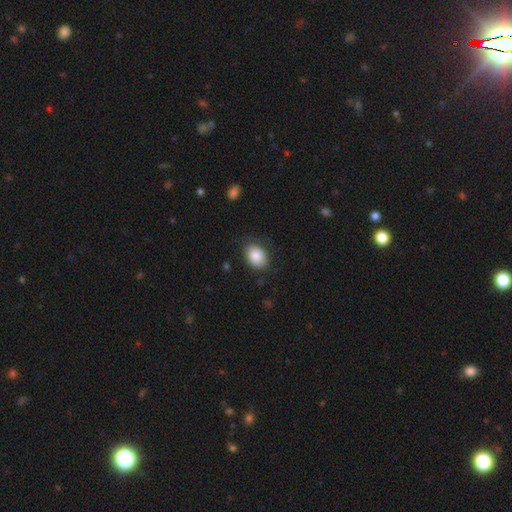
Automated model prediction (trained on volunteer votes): The model was most divided on "how rounded": in between: 72%, round: 27%, cigar-shaped: 1%. More confident: smooth or featured — smooth (87%); merging — none (78%).